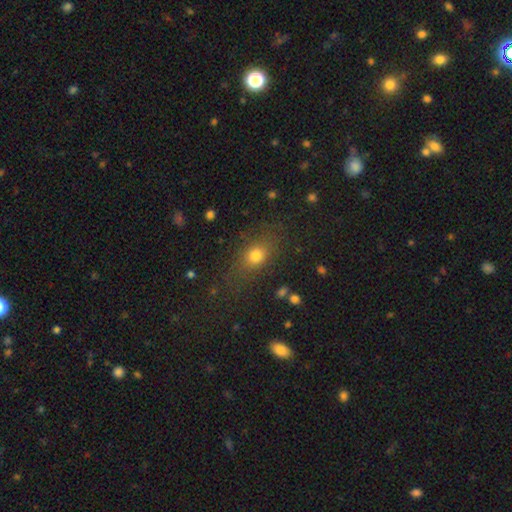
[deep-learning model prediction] Smooth or featured: smooth — 74% (star or artifact — 15%)
How rounded: in between — 57% (round — 36%)
Merging: none — 77% (minor disturbance — 14%)